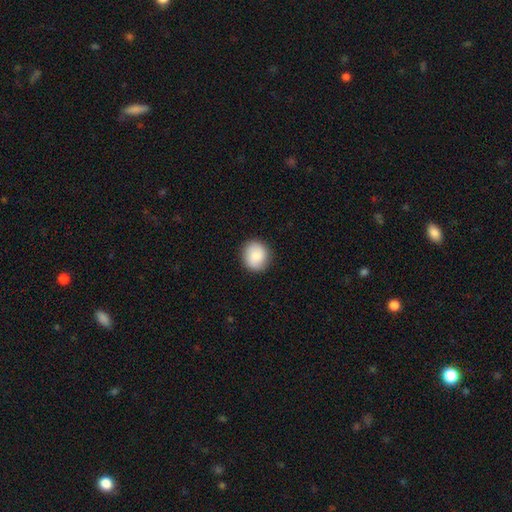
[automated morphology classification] Smooth or featured? smooth (84%)
How rounded? round (84%)
Merging? none (89%)